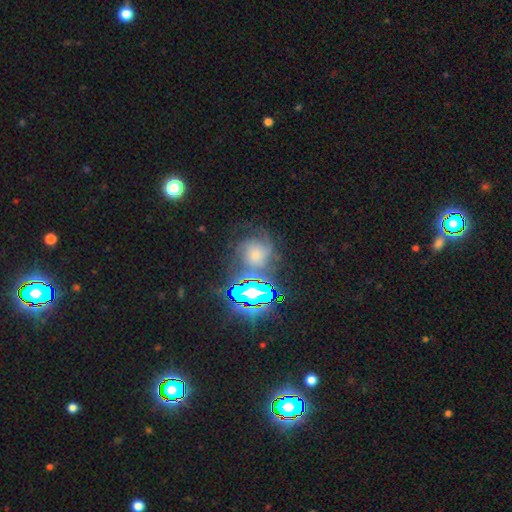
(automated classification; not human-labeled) smooth-or-featured: featured or disk: 37% | star or artifact: 32% | smooth: 31%
  merging: none: 54% | minor disturbance: 21% | major disturbance: 18% | merger: 7%